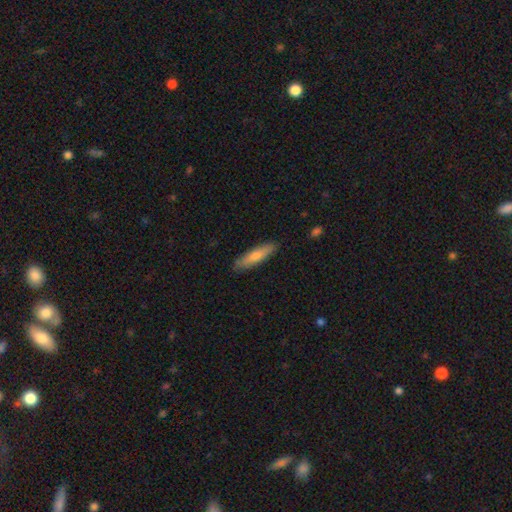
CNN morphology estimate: Smooth or featured? smooth (70%)
How rounded? cigar-shaped (76%)
Merging? none (87%)